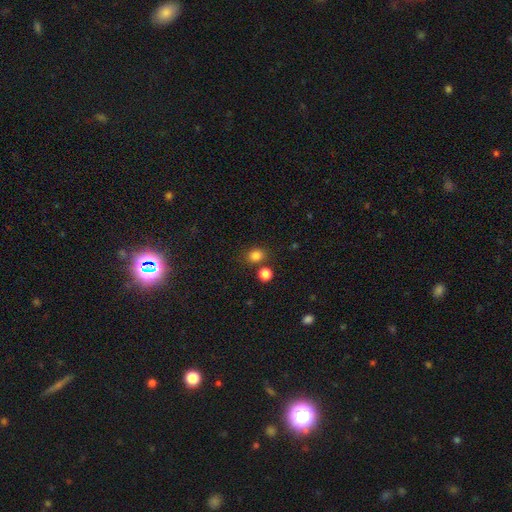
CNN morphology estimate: This is clearly a smooth galaxy (82%). How rounded: likely round (70%). Merging: likely none (77%).